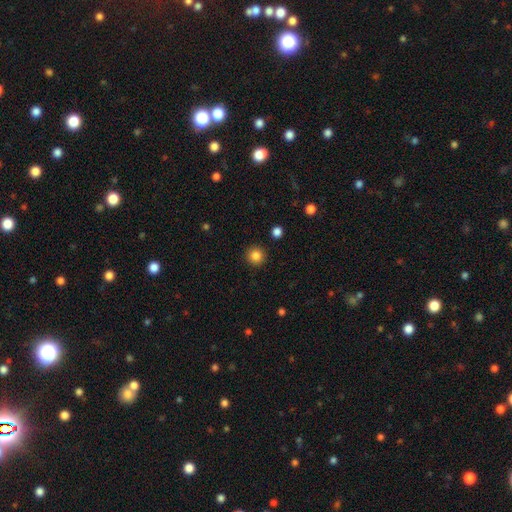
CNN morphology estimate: smooth-or-featured: smooth: 85% | star or artifact: 11% | featured or disk: 4%
  how-rounded: round: 95% | in between: 4% | cigar-shaped: 1%
  merging: none: 92% | minor disturbance: 5% | major disturbance: 2% | merger: 1%